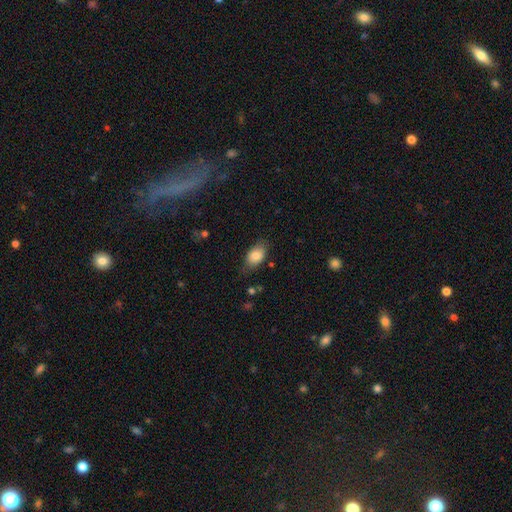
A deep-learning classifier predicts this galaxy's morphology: Smooth or featured? Predicted: smooth (p=0.83). How rounded? Predicted: in between (p=0.88). Merging? Predicted: none (p=0.73).